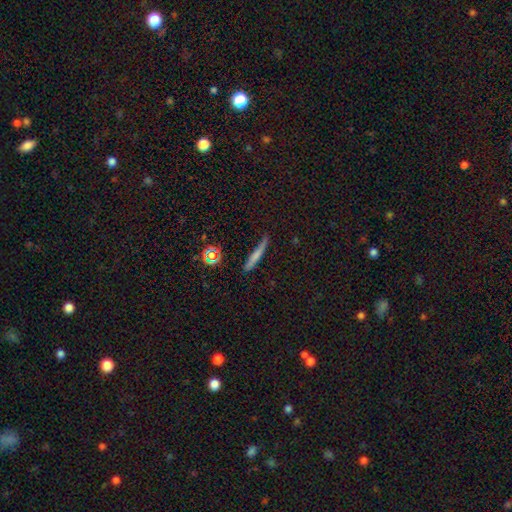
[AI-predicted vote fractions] A smooth galaxy with no disk features (63%) that is cigar-shaped (91%).

Vote fractions:
- Smooth or featured? smooth: 63% / featured or disk: 26% / star or artifact: 12%
- How rounded? cigar-shaped: 91% / in between: 6% / round: 3%
- Merging? none: 79% / minor disturbance: 16% / major disturbance: 3% / merger: 2%